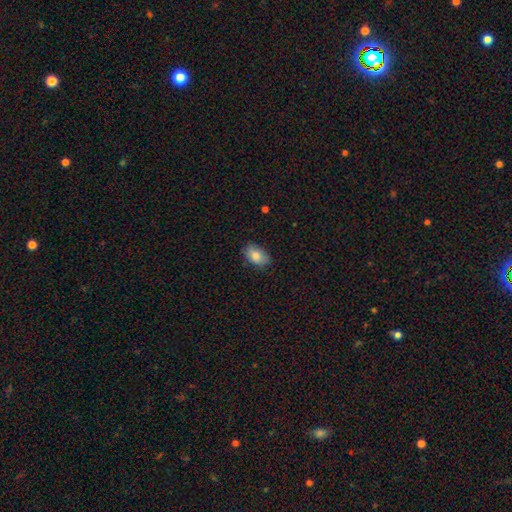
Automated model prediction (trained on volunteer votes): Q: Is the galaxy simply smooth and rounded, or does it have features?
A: smooth — 84%.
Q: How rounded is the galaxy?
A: in between — 90%.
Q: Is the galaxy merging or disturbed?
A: none — 83%.